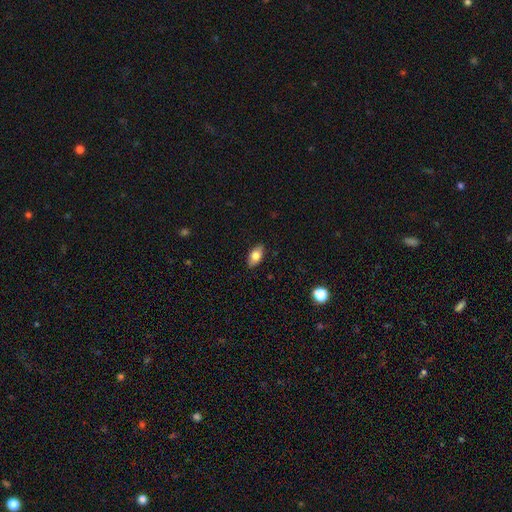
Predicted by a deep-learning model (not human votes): Overall: smooth (78%). How rounded: in between (90%). Merging: none (88%).